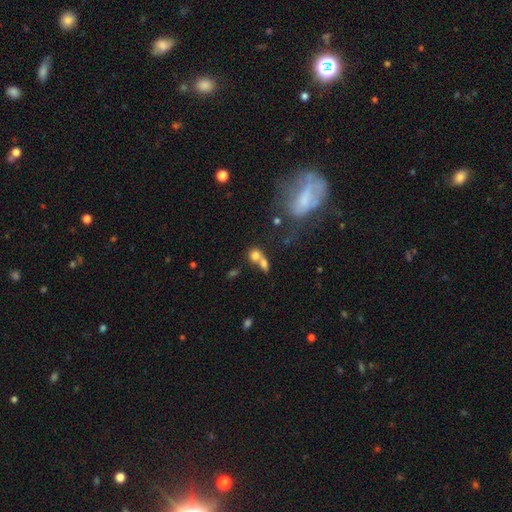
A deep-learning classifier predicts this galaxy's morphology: Overall: smooth (73%). How rounded: round (62%; in between 35%). Merging: merger (58%; none 29%).